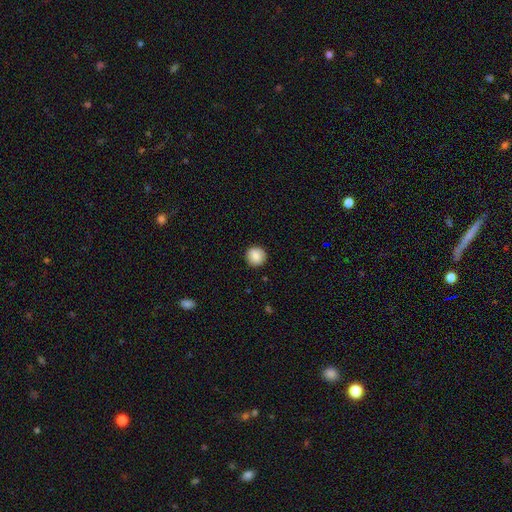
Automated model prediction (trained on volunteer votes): This appears to be a smooth galaxy with no disk features (87%) that is round (95%). Merging: none (92%).